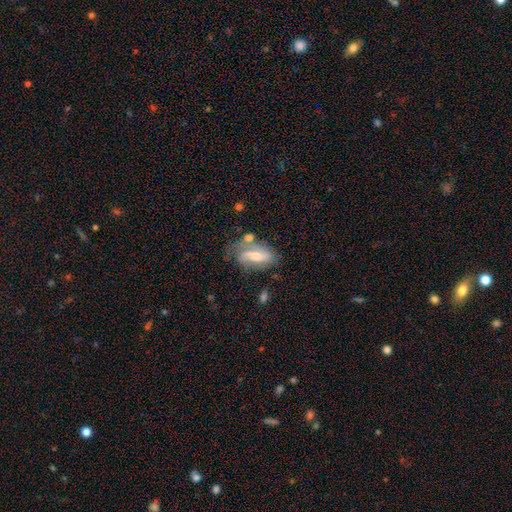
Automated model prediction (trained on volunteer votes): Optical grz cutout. It shows a featured or disk galaxy (59%) with a weak bar (37%), spiral arms (75%) and a moderate central bulge (59%). Merging: none (49%).